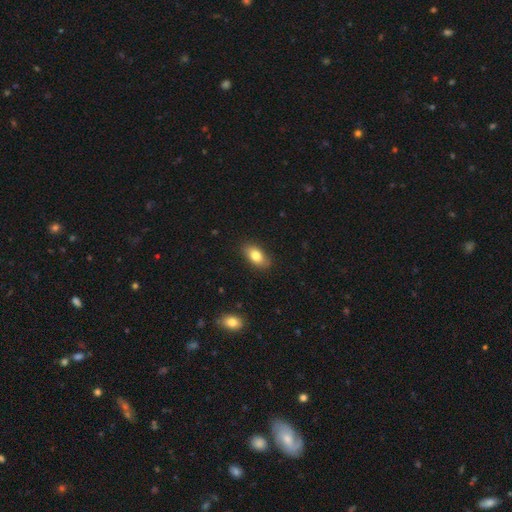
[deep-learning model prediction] The model was most divided on "smooth or featured": smooth: 79%, featured or disk: 13%, star or artifact: 8%. More confident: how rounded — in between (89%); merging — none (87%).